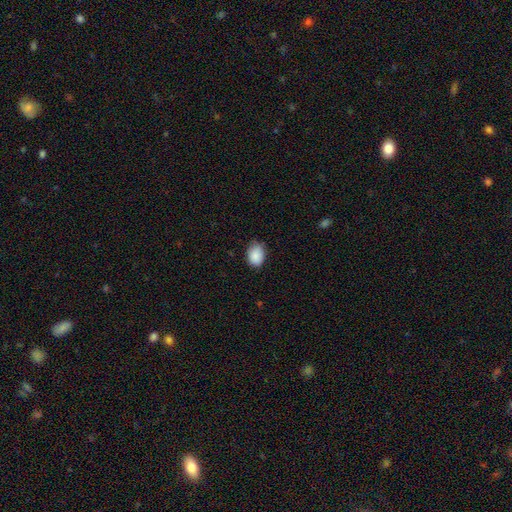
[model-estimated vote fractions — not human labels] Smooth or featured? Predicted: smooth (p=0.88). How rounded? Predicted: in between (p=0.72). Merging? Predicted: none (p=0.71).